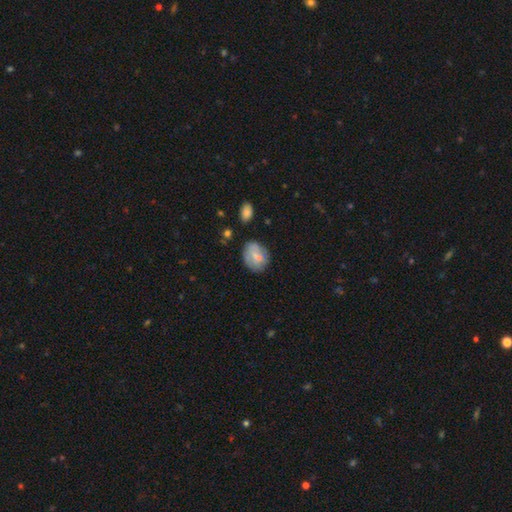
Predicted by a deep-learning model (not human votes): Morphology: type=smooth (64%); roundness=in between (58%); merging=none (63%).